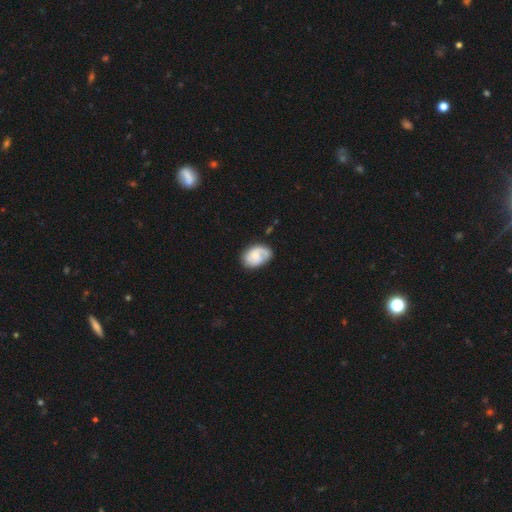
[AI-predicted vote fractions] smooth-or-featured: featured or disk: 61% | smooth: 33% | star or artifact: 6%
  disk-edge-on: no: 97% | yes: 3%
    bar: no: 63% | weak: 32% | strong: 5%
    has-spiral-arms: yes: 89% | no: 11%
      spiral-winding: medium: 40% | tight: 37% | loose: 23%
      spiral-arm-count: 2: 46% | 1: 37% | can't tell: 13% | 3: 3% | 4: 1% | more than 4: 1%
    bulge-size: small: 47% | moderate: 37% | none: 10% | large: 4% | dominant: 1%
  merging: none: 65% | minor disturbance: 24% | major disturbance: 9% | merger: 2%